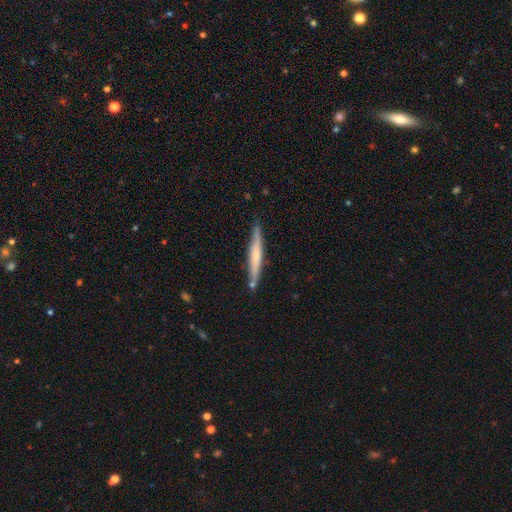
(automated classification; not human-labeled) Smooth or featured? Predicted: featured or disk (p=0.49). Merging? Predicted: none (p=0.84).